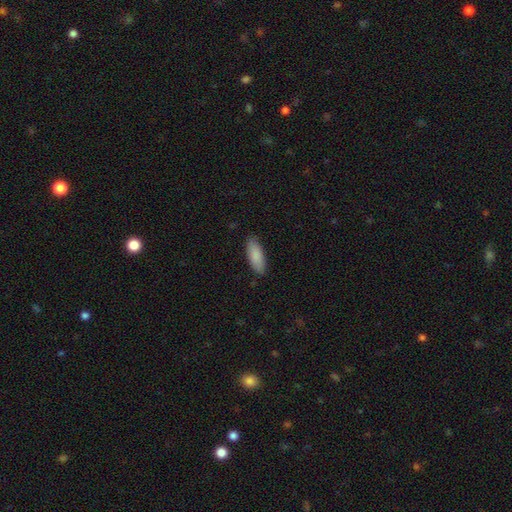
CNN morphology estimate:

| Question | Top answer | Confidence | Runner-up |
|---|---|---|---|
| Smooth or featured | smooth | 88% | featured or disk (7%) |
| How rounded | in between | 72% | cigar-shaped (27%) |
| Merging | none | 86% | minor disturbance (11%) |